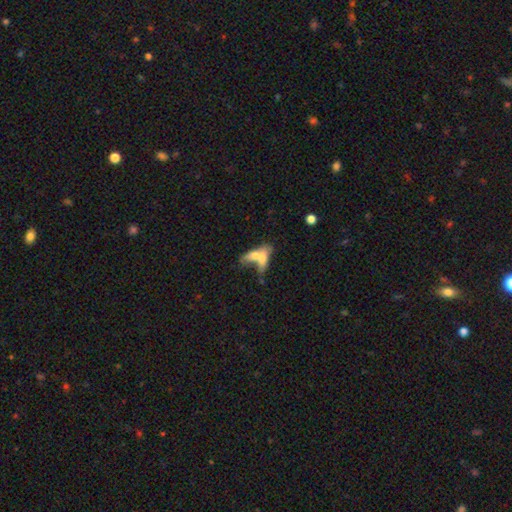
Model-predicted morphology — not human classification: smooth 61%, featured or disk 31%, star or artifact 8%. Down the decision tree: how rounded — in between (63%); merging — merger (65%).